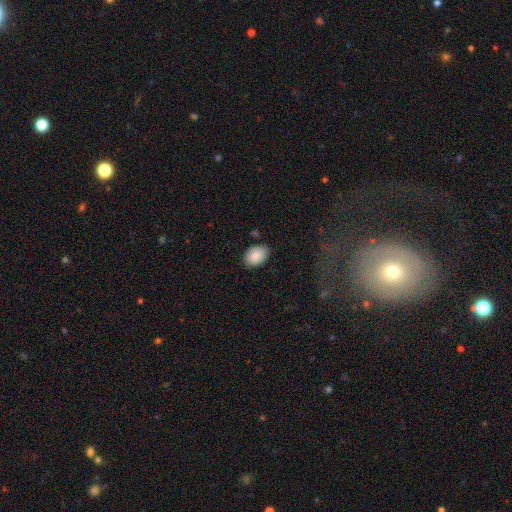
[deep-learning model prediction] Smooth or featured: smooth — 87% (star or artifact — 7%)
How rounded: in between — 81% (round — 18%)
Merging: none — 82% (minor disturbance — 14%)